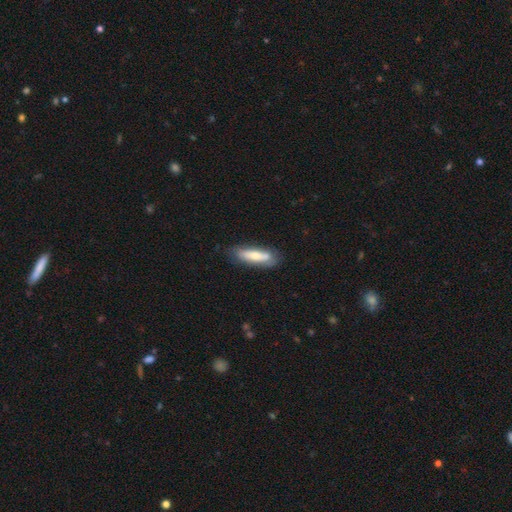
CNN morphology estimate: This appears to be a smooth galaxy with no disk features (61%) that is cigar-shaped (59%). Merging: none (75%).